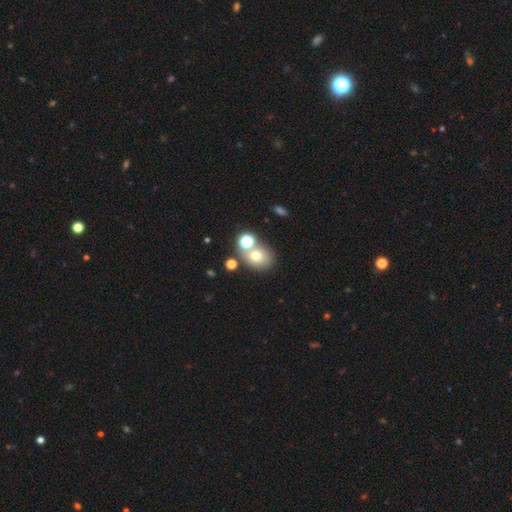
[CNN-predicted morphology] This is likely a smooth galaxy (68%). How rounded: likely round (61%). Merging: possibly none (55%).